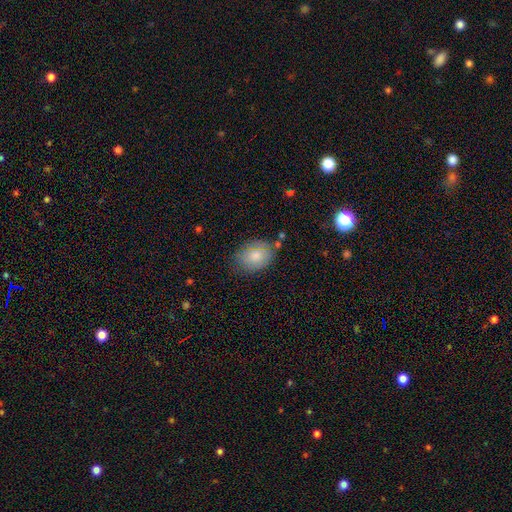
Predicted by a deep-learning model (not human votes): Q: Smooth or featured?
A: smooth (80%); runner-up: featured or disk (13%)
Q: How rounded?
A: in between (72%); runner-up: round (26%)
Q: Merging?
A: none (68%); runner-up: minor disturbance (22%)